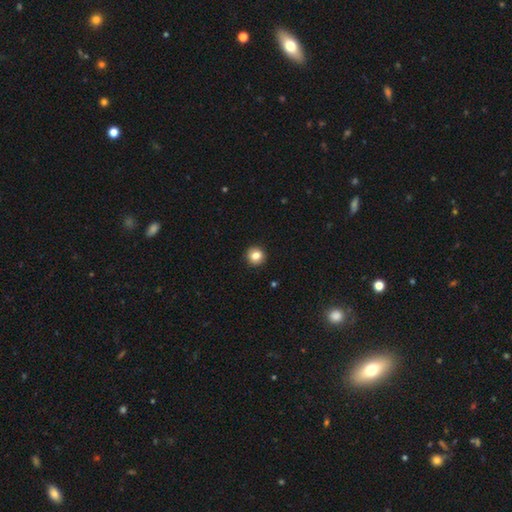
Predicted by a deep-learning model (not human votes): smooth-or-featured: smooth: 83% | star or artifact: 10% | featured or disk: 6%
  how-rounded: round: 94% | in between: 5% | cigar-shaped: 1%
  merging: none: 93% | minor disturbance: 4% | major disturbance: 1% | merger: 1%